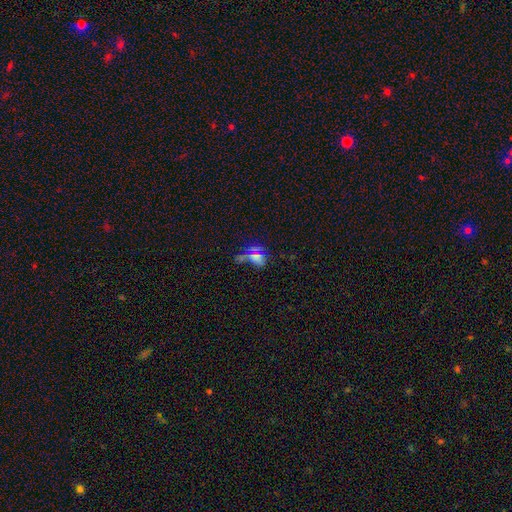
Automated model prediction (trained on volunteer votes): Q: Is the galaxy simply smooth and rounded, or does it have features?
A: smooth — 52%.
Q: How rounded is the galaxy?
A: in between — 64%.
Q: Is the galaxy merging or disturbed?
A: none — 41%.